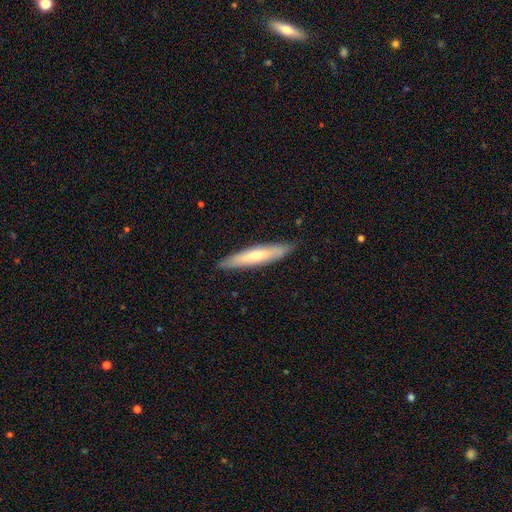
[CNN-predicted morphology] A smooth galaxy with no disk features (54%) that is cigar-shaped (86%).

Vote fractions:
- Smooth or featured? smooth: 54% / featured or disk: 40% / star or artifact: 6%
- How rounded? cigar-shaped: 86% / in between: 13% / round: 1%
- Merging? none: 87% / minor disturbance: 10% / major disturbance: 2% / merger: 1%